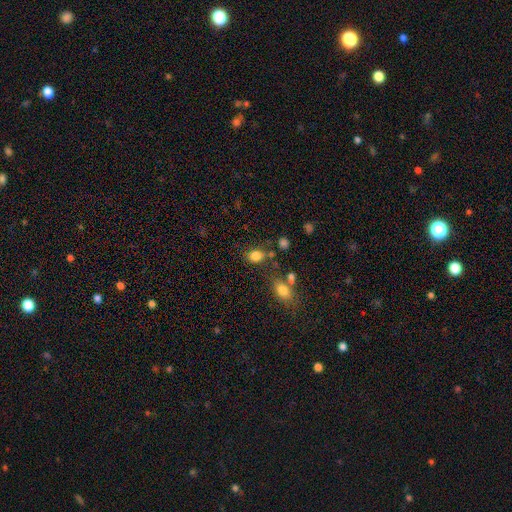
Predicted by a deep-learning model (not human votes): Smooth or featured: smooth — 82% (star or artifact — 11%)
How rounded: in between — 56% (round — 43%)
Merging: none — 69% (minor disturbance — 15%)